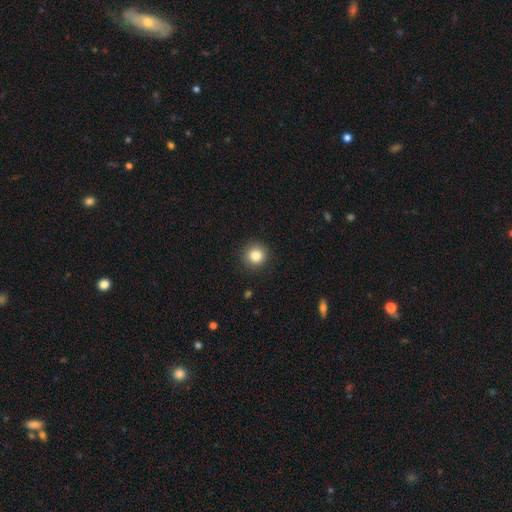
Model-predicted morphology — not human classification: This is clearly a smooth galaxy (84%). How rounded: clearly round (94%). Merging: clearly none (91%).